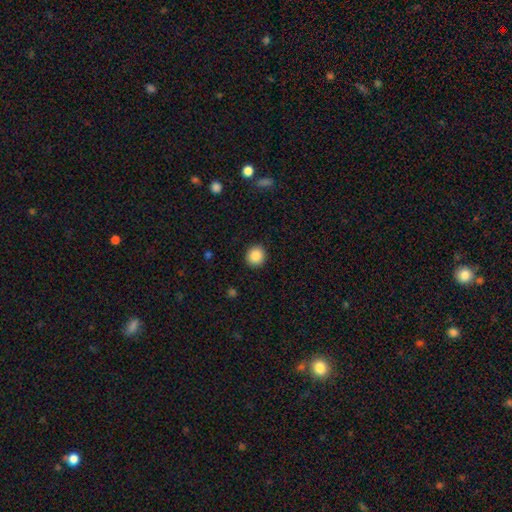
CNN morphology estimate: Q: Smooth or featured?
A: smooth (88%); runner-up: star or artifact (8%)
Q: How rounded?
A: round (90%); runner-up: in between (9%)
Q: Merging?
A: none (91%); runner-up: minor disturbance (6%)